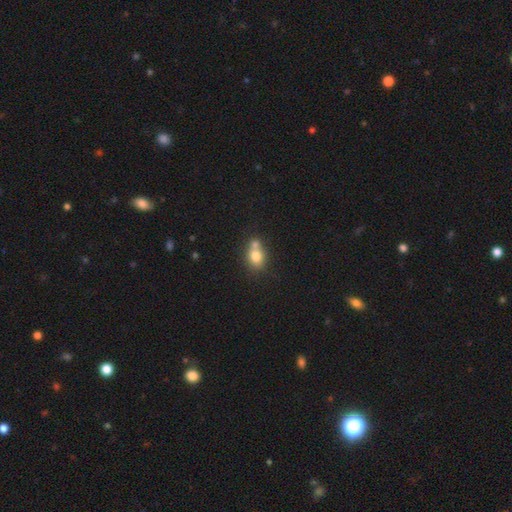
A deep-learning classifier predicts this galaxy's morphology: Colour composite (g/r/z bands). It shows a smooth galaxy with no disk features (76%) that is round (54%). Merging: merger (49%).